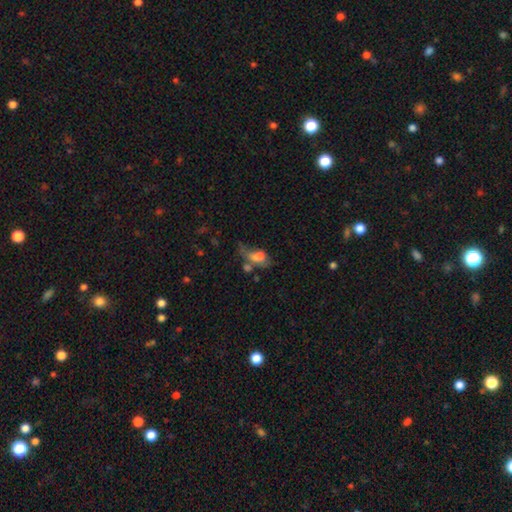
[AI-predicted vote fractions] Q: Smooth or featured?
A: smooth (58%); runner-up: featured or disk (29%)
Q: How rounded?
A: in between (81%); runner-up: round (14%)
Q: Merging?
A: major disturbance (36%); runner-up: merger (30%)